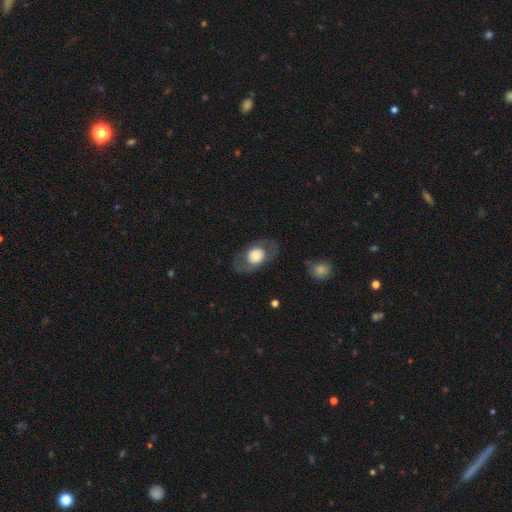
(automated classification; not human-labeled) smooth-or-featured: smooth: 49% | featured or disk: 44% | star or artifact: 6%
  merging: none: 71% | minor disturbance: 14% | major disturbance: 13% | merger: 2%